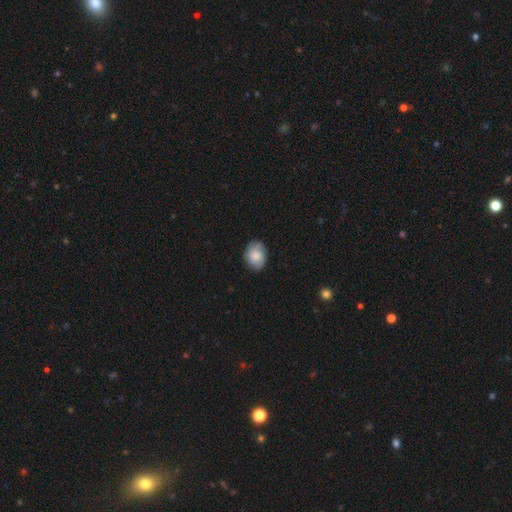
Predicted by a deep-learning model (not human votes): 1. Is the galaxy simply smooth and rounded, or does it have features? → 78% smooth, 15% featured or disk, 7% star or artifact.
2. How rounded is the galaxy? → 63% in between, 36% round, 1% cigar-shaped.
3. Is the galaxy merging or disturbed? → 82% none, 15% minor disturbance, 3% major disturbance, 1% merger.